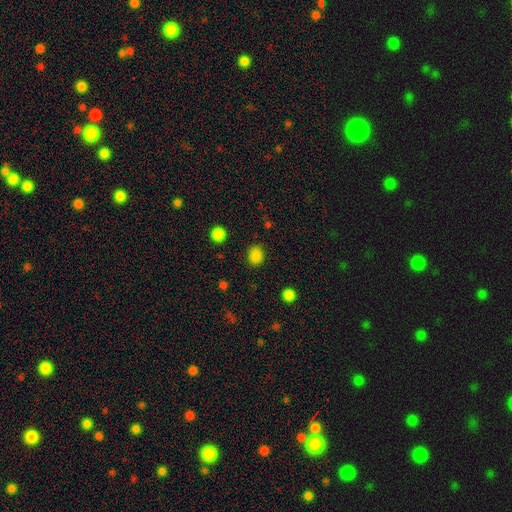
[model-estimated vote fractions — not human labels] This appears to be a smooth galaxy with no disk features (84%) that is round (65%). Merging: none (86%).